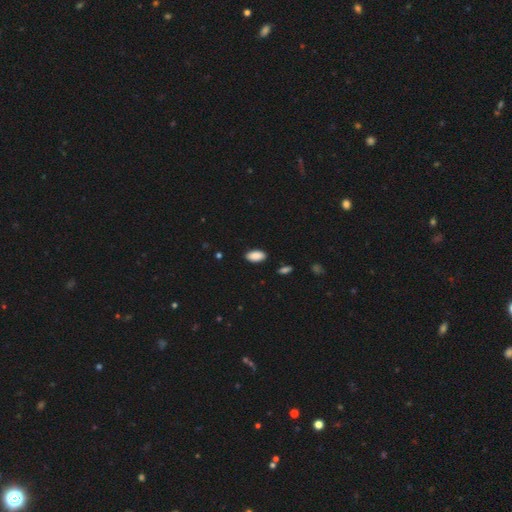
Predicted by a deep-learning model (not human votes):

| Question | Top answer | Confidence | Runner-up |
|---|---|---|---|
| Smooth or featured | smooth | 90% | star or artifact (7%) |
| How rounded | in between | 94% | cigar-shaped (3%) |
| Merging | none | 88% | minor disturbance (9%) |